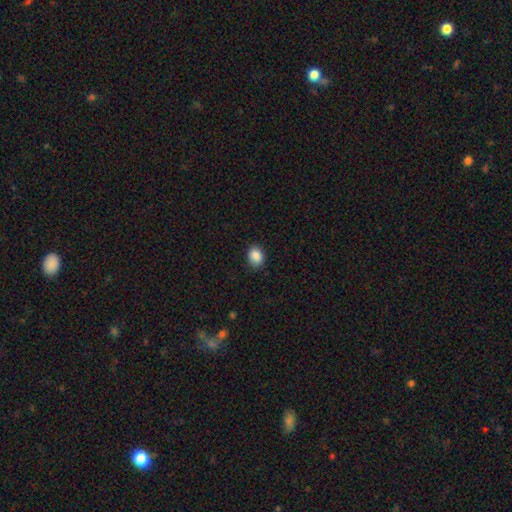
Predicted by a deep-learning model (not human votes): Morphology: type=smooth (88%); roundness=in between (62%); merging=none (87%).